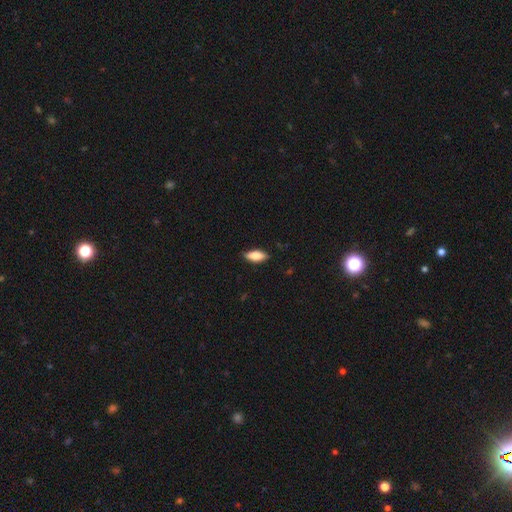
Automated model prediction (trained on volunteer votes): Q: Smooth or featured?
A: smooth (74%); runner-up: featured or disk (20%)
Q: How rounded?
A: in between (77%); runner-up: cigar-shaped (21%)
Q: Merging?
A: none (87%); runner-up: minor disturbance (10%)